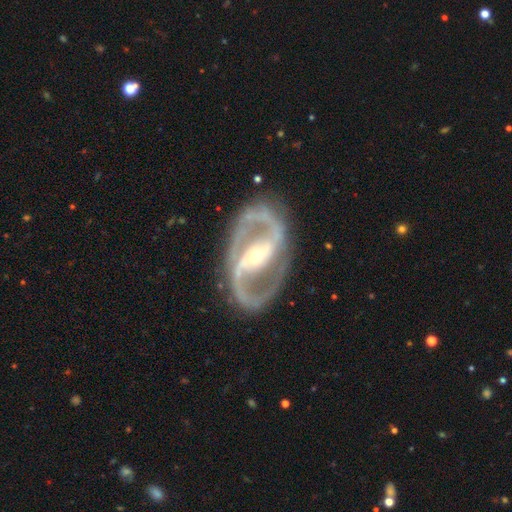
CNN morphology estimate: A featured or disk galaxy (92%) with a strong bar (52%), 2 (93%) medium (58%) spiral arms (95%) and a small central bulge (56%). Merging: none (82%).